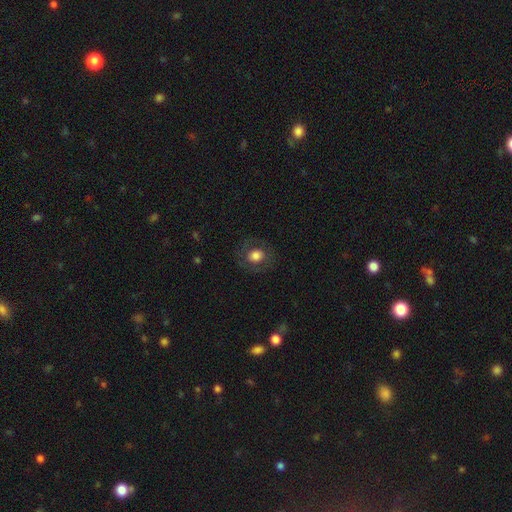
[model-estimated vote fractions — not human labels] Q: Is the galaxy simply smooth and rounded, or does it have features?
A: smooth — 69%.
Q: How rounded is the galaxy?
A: round — 71%.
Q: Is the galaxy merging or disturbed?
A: none — 81%.